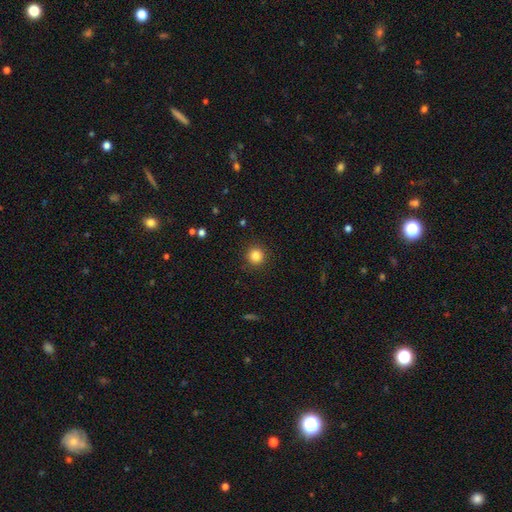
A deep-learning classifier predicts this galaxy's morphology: Smooth or featured: smooth — 84% (star or artifact — 11%)
How rounded: round — 94% (in between — 5%)
Merging: none — 90% (minor disturbance — 6%)